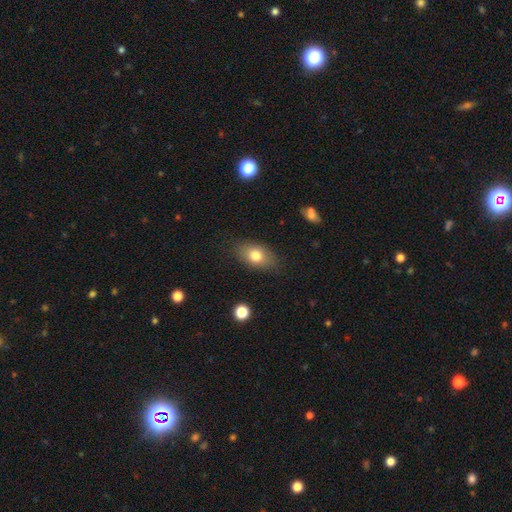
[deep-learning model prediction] The model was most divided on "smooth or featured": smooth: 77%, featured or disk: 14%, star or artifact: 9%. More confident: how rounded — in between (85%); merging — none (81%).